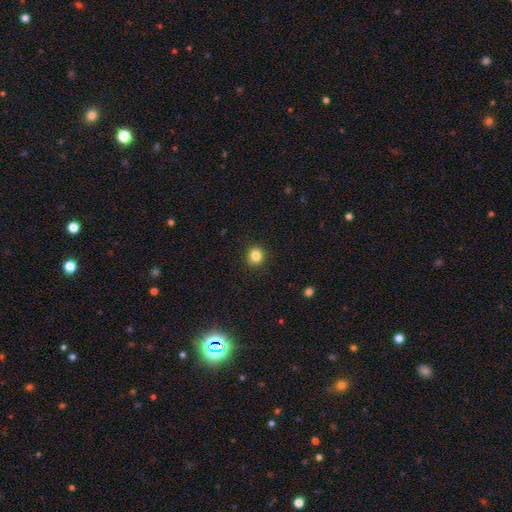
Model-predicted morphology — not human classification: Smooth or featured?
  - smooth: 84% *
  - star or artifact: 12%
  - featured or disk: 5%
How rounded?
  - round: 87% *
  - in between: 12%
  - cigar-shaped: 1%
Merging?
  - none: 91% *
  - minor disturbance: 6%
  - major disturbance: 2%
  - merger: 1%